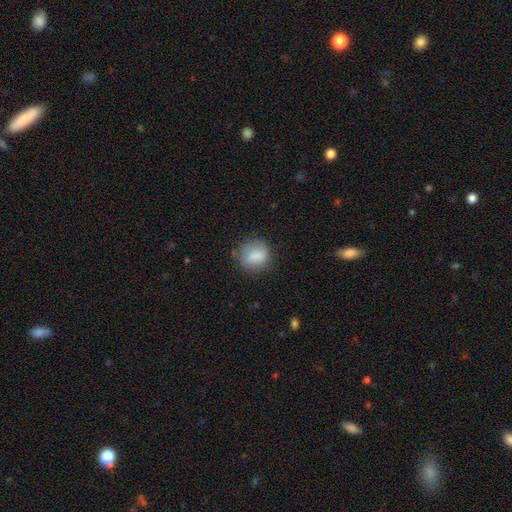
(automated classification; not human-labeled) Smooth or featured: smooth — 79% (featured or disk — 12%)
How rounded: round — 70% (in between — 29%)
Merging: none — 65% (minor disturbance — 24%)